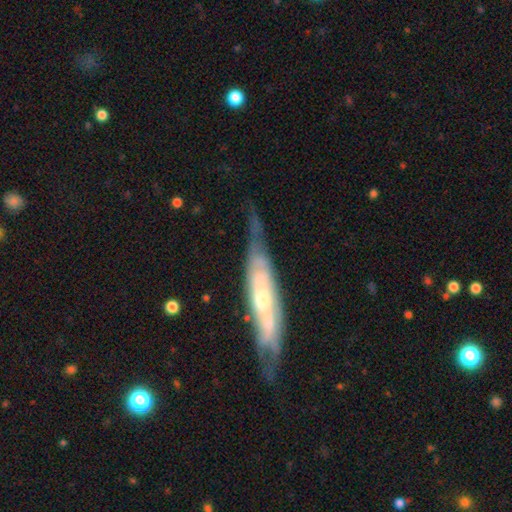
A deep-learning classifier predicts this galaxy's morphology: A featured or disk galaxy (77%). Merging: none (59%).